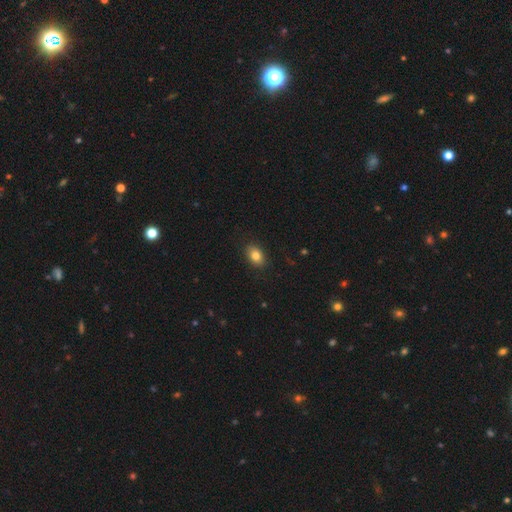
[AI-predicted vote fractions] Overall: smooth (82%). How rounded: in between (81%). Merging: none (88%).